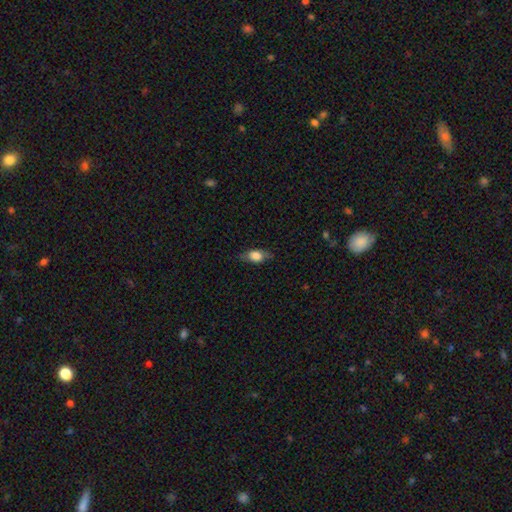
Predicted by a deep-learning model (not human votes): A smooth galaxy with no disk features (71%) that is in between round and cigar-shaped (79%). Merging: none (76%).